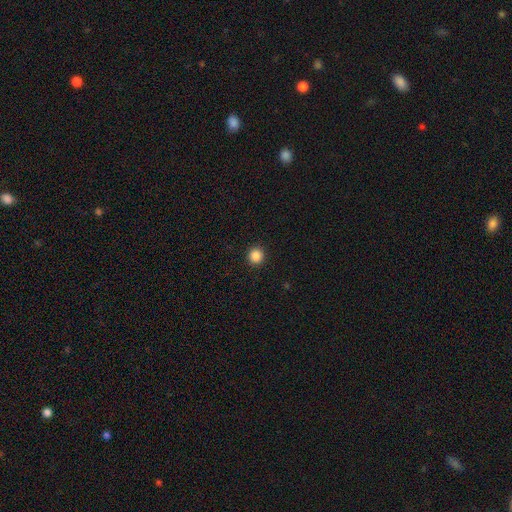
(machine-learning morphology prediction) The model was most divided on "smooth or featured": smooth: 86%, star or artifact: 11%, featured or disk: 3%. More confident: how rounded — round (94%); merging — none (93%).